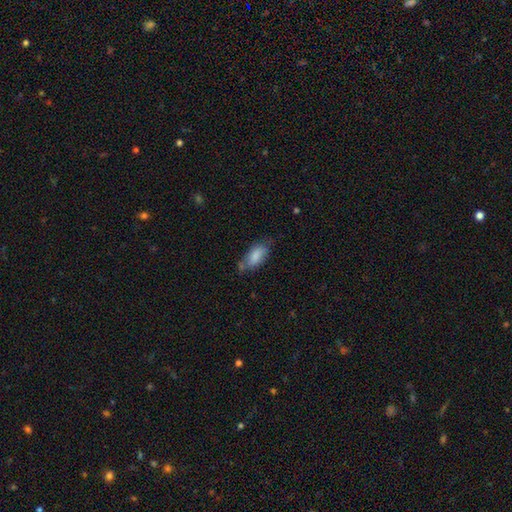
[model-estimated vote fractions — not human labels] Smooth or featured? Predicted: smooth (p=0.82). How rounded? Predicted: in between (p=0.88). Merging? Predicted: none (p=0.53).